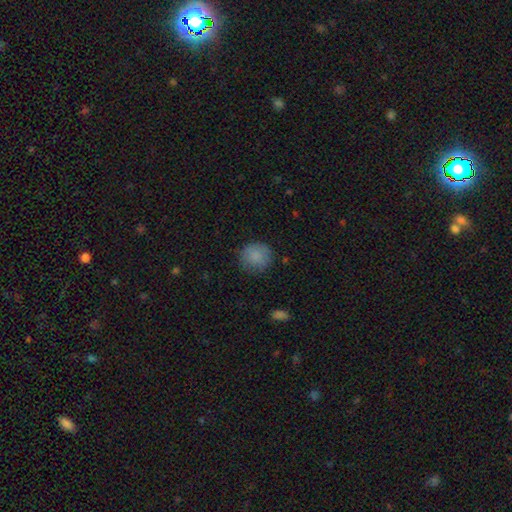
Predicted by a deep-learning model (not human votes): smooth-or-featured: smooth: 86% | star or artifact: 8% | featured or disk: 6%
  how-rounded: round: 87% | in between: 12% | cigar-shaped: 1%
  merging: none: 80% | minor disturbance: 15% | major disturbance: 4% | merger: 1%